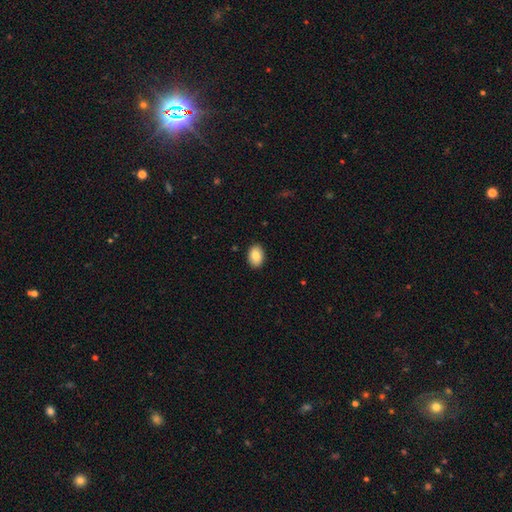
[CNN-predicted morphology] The model was most divided on "how rounded": in between: 81%, round: 17%, cigar-shaped: 1%. More confident: merging — none (90%); smooth or featured — smooth (84%).